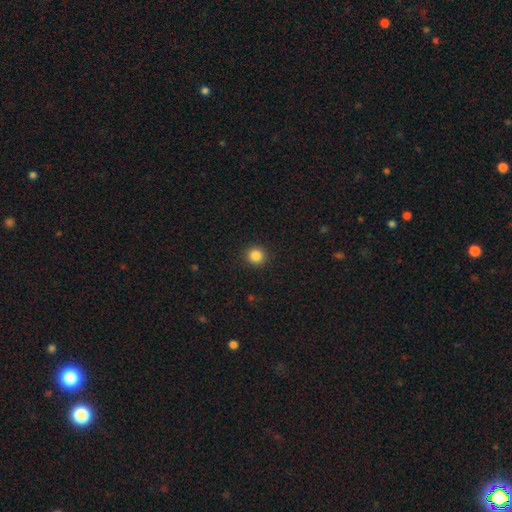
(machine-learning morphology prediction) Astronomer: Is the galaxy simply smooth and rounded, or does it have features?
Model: smooth — 86%.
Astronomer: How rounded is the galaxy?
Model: round — 93%.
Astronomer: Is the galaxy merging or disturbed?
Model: none — 92%.